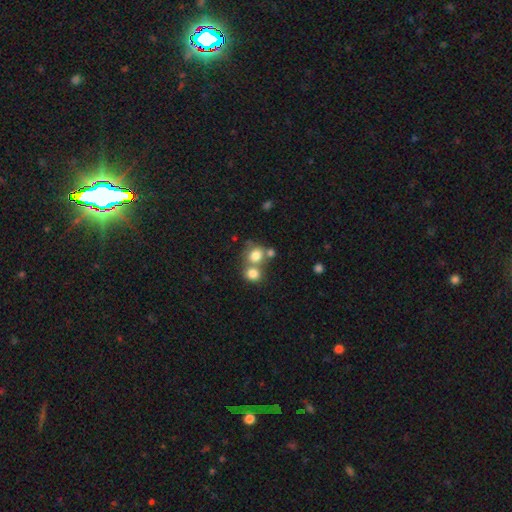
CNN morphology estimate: Smooth or featured: smooth — 78% (star or artifact — 11%)
How rounded: round — 74% (in between — 25%)
Merging: merger — 46% (none — 41%)